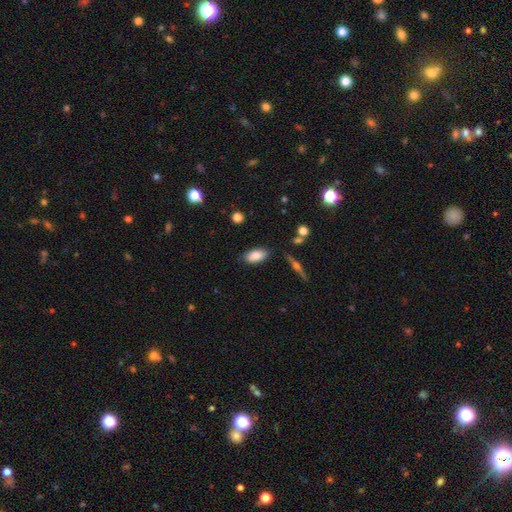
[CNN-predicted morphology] type=smooth (82%); roundness=in between (91%); merging=none (83%).